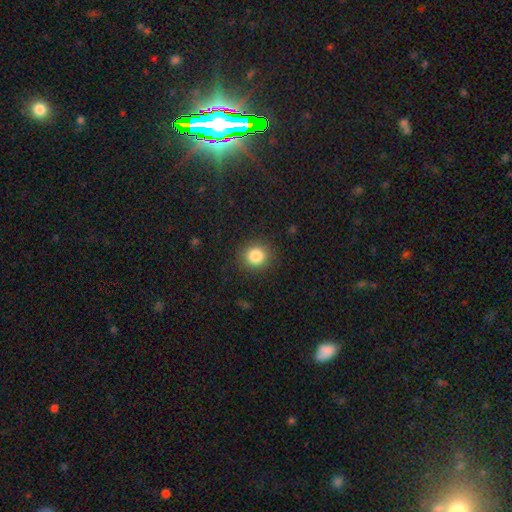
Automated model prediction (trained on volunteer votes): smooth-or-featured: smooth: 84% | star or artifact: 10% | featured or disk: 5%
  how-rounded: round: 90% | in between: 9% | cigar-shaped: 1%
  merging: none: 89% | minor disturbance: 7% | major disturbance: 3% | merger: 1%